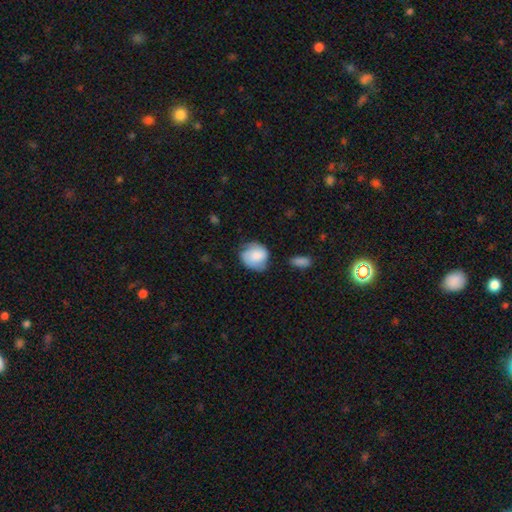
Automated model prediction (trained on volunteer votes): Smooth or featured? smooth (72%)
How rounded? round (75%)
Merging? none (58%)